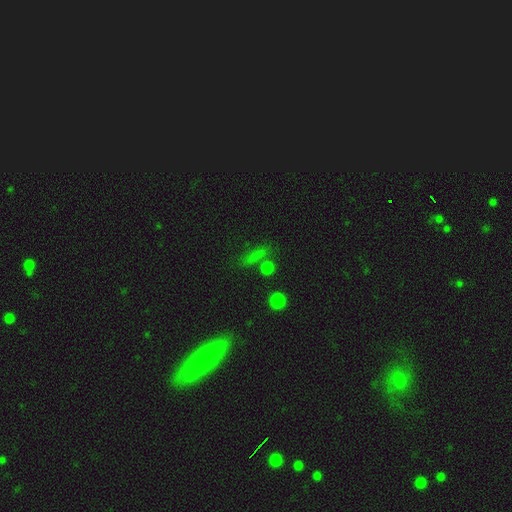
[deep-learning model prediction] Q: Smooth or featured?
A: smooth (59%); runner-up: star or artifact (28%)
Q: How rounded?
A: cigar-shaped (43%); runner-up: in between (33%)
Q: Merging?
A: none (70%); runner-up: minor disturbance (13%)